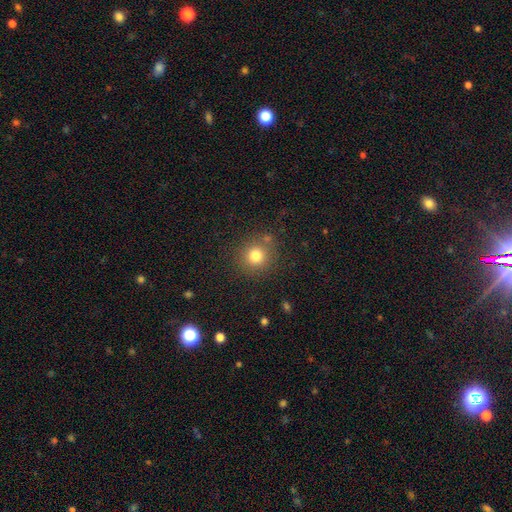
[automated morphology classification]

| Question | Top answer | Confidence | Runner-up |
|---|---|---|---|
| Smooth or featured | smooth | 79% | star or artifact (13%) |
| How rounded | round | 91% | in between (8%) |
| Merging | none | 81% | minor disturbance (9%) |